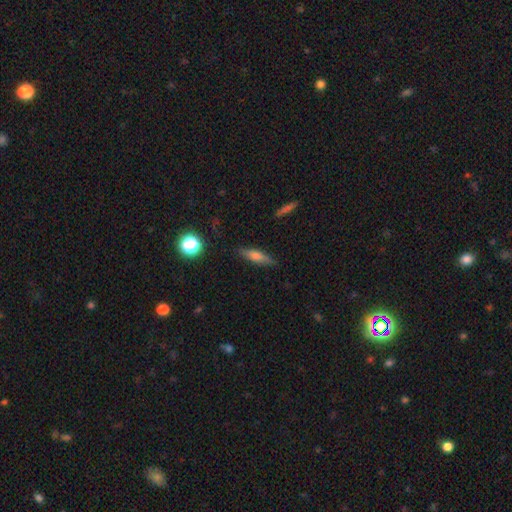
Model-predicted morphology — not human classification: Smooth or featured?
  - smooth: 58% *
  - featured or disk: 34%
  - star or artifact: 9%
How rounded?
  - cigar-shaped: 69% *
  - in between: 28%
  - round: 4%
Merging?
  - none: 85% *
  - minor disturbance: 11%
  - major disturbance: 3%
  - merger: 1%